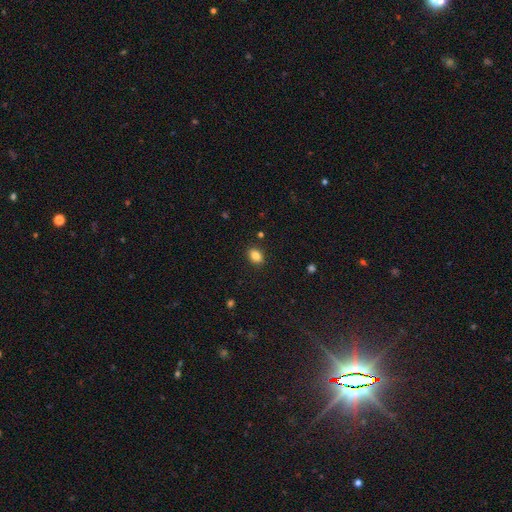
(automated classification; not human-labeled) smooth-or-featured: smooth: 84% | star or artifact: 10% | featured or disk: 6%
  how-rounded: in between: 73% | round: 26% | cigar-shaped: 1%
  merging: none: 88% | minor disturbance: 8% | major disturbance: 2% | merger: 1%